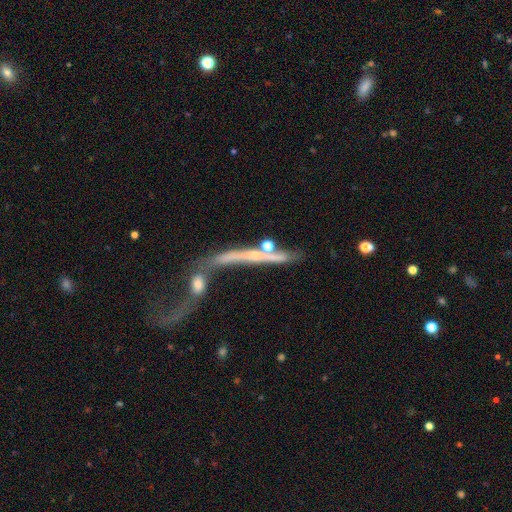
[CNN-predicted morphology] A featured or disk galaxy (69%) viewed edge-on (58%). Merging: merger (50%).